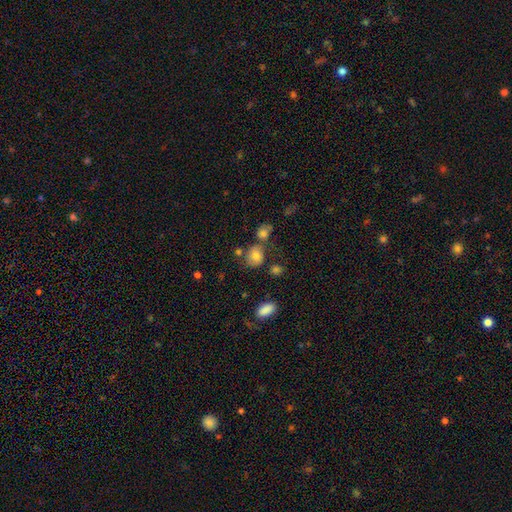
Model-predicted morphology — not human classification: Smooth or featured? Predicted: smooth (p=0.78). How rounded? Predicted: round (p=0.62). Merging? Predicted: none (p=0.58).